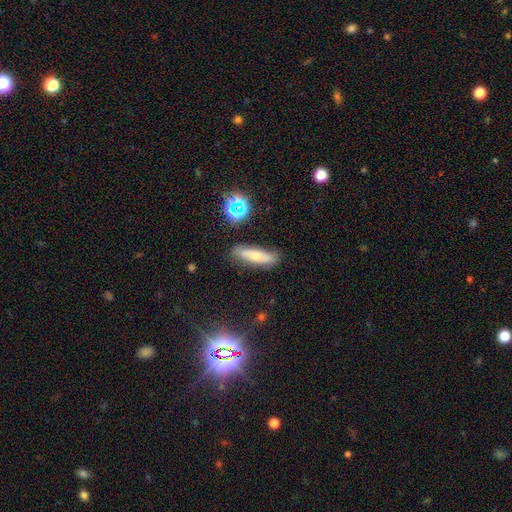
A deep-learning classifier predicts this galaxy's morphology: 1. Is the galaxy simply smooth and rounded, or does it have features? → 61% smooth, 27% featured or disk, 12% star or artifact.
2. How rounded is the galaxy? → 66% cigar-shaped, 30% in between, 3% round.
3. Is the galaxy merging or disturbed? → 82% none, 13% minor disturbance, 3% major disturbance, 3% merger.